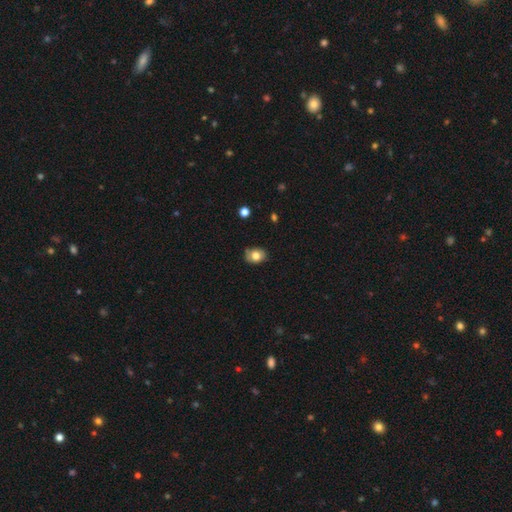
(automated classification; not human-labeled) This appears to be a smooth galaxy with no disk features (76%) that is in between round and cigar-shaped (59%). Merging: none (76%).